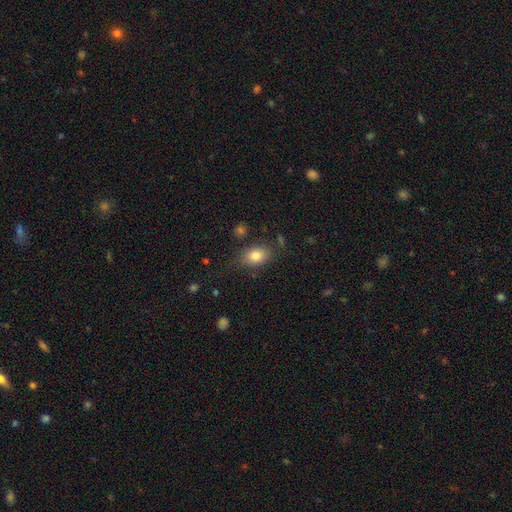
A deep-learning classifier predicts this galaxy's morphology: A smooth galaxy with no disk features (81%) that is in between round and cigar-shaped (76%).

Vote fractions:
- Smooth or featured? smooth: 81% / star or artifact: 9% / featured or disk: 9%
- How rounded? in between: 76% / round: 23% / cigar-shaped: 2%
- Merging? none: 76% / minor disturbance: 16% / major disturbance: 5% / merger: 3%